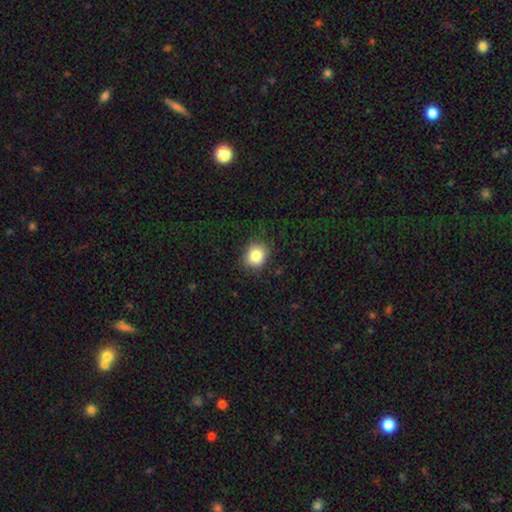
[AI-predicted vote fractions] This is clearly a smooth galaxy (84%). How rounded: likely round (72%). Merging: clearly none (86%).